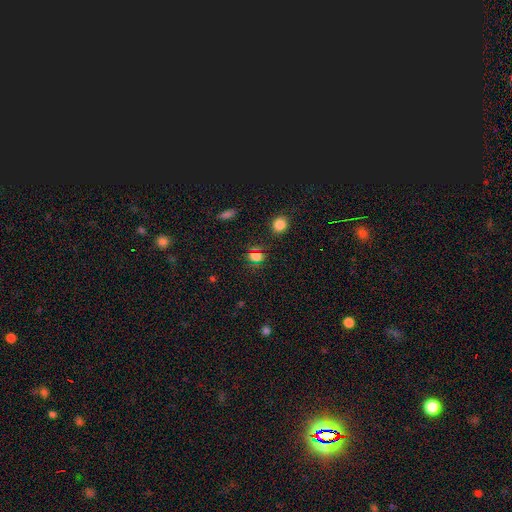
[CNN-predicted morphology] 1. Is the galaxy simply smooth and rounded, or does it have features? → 50% star or artifact, 41% smooth, 9% featured or disk.